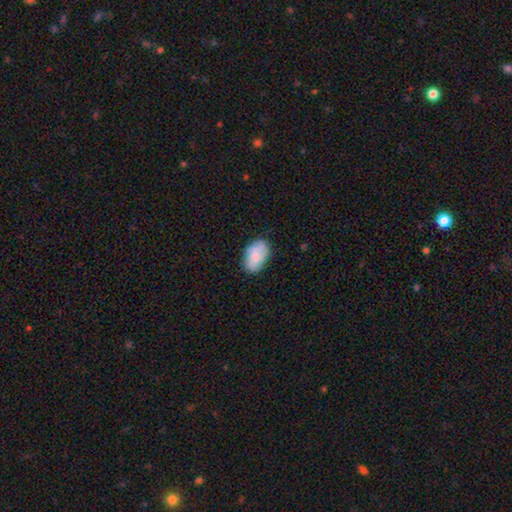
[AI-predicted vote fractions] Smooth or featured? smooth (78%)
How rounded? in between (91%)
Merging? none (77%)